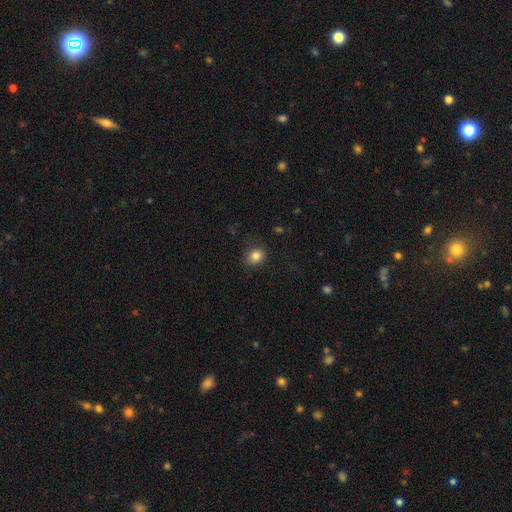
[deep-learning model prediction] Overall: smooth (84%). How rounded: round (64%; in between 36%). Merging: none (81%).